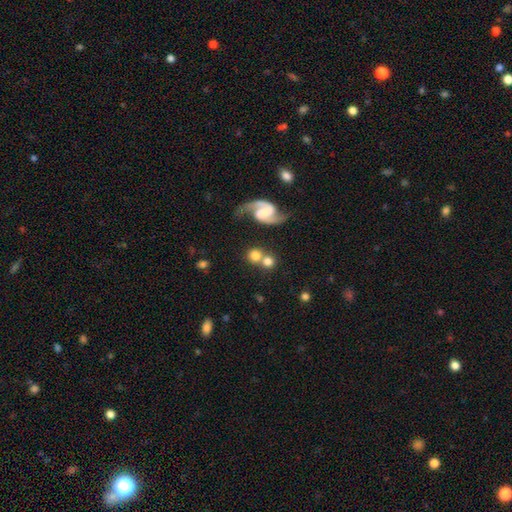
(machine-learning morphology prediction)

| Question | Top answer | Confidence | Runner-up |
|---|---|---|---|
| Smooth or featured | smooth | 59% | featured or disk (31%) |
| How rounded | round | 89% | in between (9%) |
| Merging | none | 58% | merger (27%) |